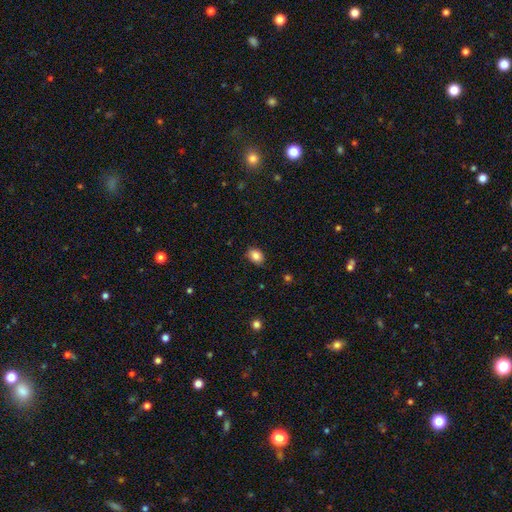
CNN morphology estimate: type=smooth (86%); roundness=in between (72%); merging=none (83%).